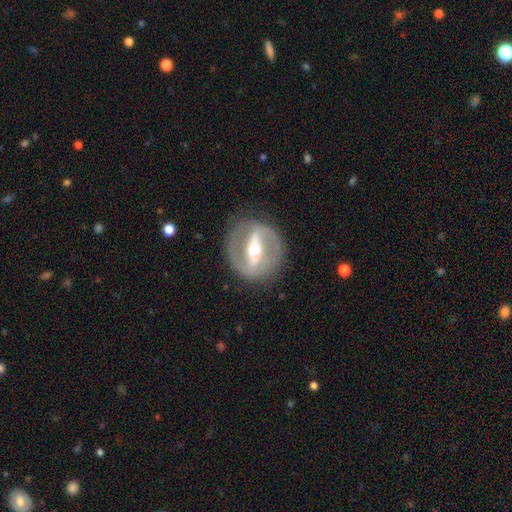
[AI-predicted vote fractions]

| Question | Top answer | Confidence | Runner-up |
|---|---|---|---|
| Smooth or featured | featured or disk | 85% | smooth (10%) |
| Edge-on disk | no | 92% | yes (8%) |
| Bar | strong | 75% | weak (18%) |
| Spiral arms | yes | 76% | no (24%) |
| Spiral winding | medium | 45% | tight (39%) |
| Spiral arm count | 2 | 87% | can't tell (6%) |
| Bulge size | moderate | 64% | small (28%) |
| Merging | none | 84% | minor disturbance (10%) |